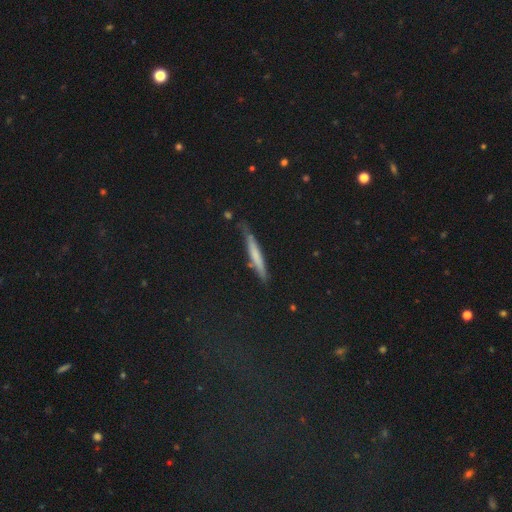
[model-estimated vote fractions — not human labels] smooth 54%, featured or disk 34%, star or artifact 12%. Down the decision tree: how rounded — cigar-shaped (94%); merging — none (71%).